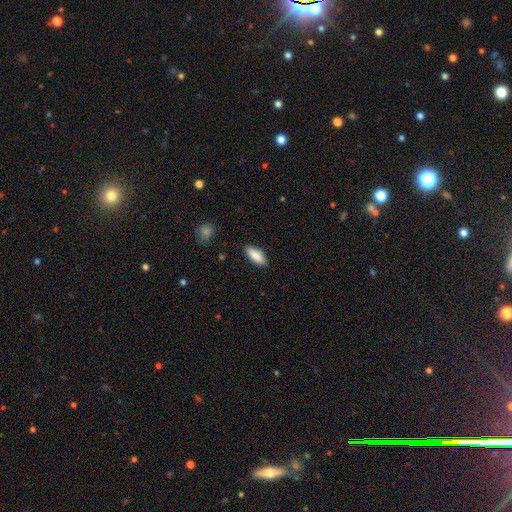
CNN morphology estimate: smooth-or-featured: smooth: 85% | featured or disk: 9% | star or artifact: 6%
  how-rounded: in between: 67% | cigar-shaped: 31% | round: 2%
  merging: none: 87% | minor disturbance: 10% | major disturbance: 2% | merger: 1%